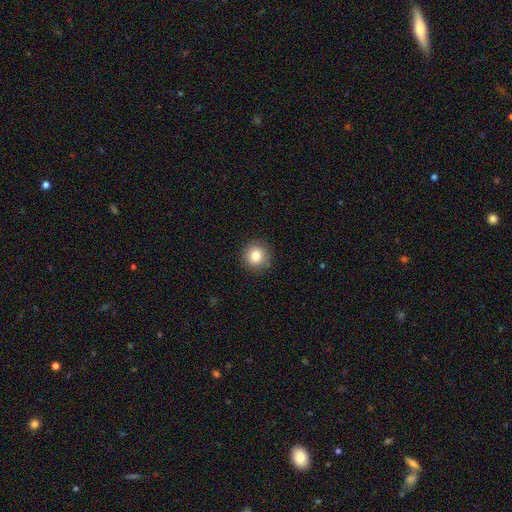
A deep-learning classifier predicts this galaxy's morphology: Q: Smooth or featured?
A: smooth (82%); runner-up: star or artifact (10%)
Q: How rounded?
A: round (94%); runner-up: in between (5%)
Q: Merging?
A: none (90%); runner-up: minor disturbance (6%)